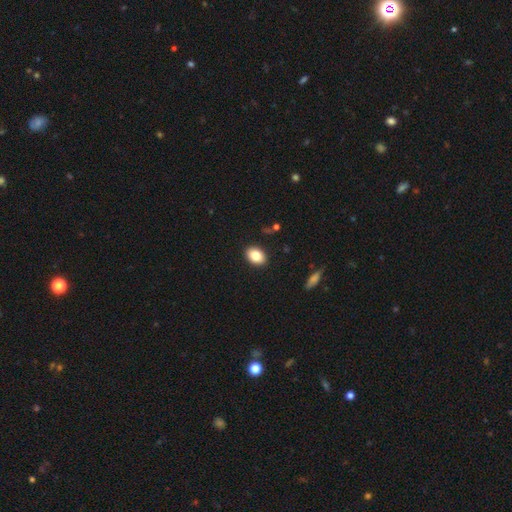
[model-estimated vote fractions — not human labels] Smooth or featured? smooth (84%)
How rounded? in between (80%)
Merging? none (90%)